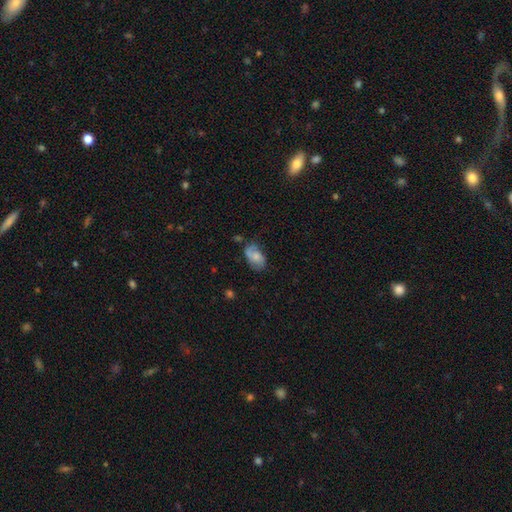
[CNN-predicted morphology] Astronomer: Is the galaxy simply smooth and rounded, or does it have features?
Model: featured or disk — 47% (runner-up: smooth, 37%).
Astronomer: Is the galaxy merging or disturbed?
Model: none — 65%.